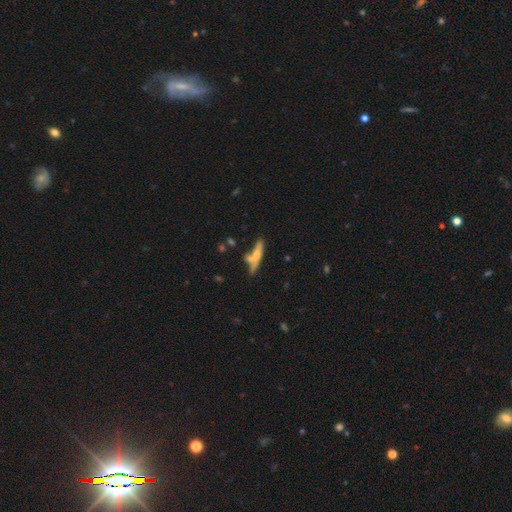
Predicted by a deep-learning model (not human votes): Smooth or featured?
  - smooth: 50% *
  - featured or disk: 43%
  - star or artifact: 8%
Merging?
  - none: 55% *
  - merger: 23%
  - minor disturbance: 16%
  - major disturbance: 6%